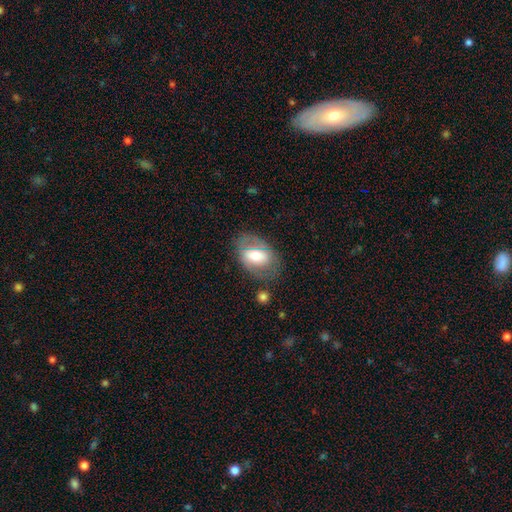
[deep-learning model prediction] Smooth or featured: smooth — 50% (featured or disk — 43%)
How rounded: in between — 84% (round — 15%)
Merging: none — 68% (minor disturbance — 18%)